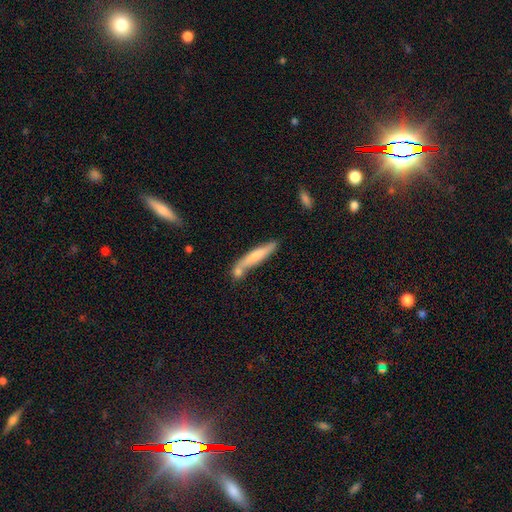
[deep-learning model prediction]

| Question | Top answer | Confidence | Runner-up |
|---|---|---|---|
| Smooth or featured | smooth | 64% | featured or disk (30%) |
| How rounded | cigar-shaped | 91% | in between (8%) |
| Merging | none | 55% | merger (23%) |